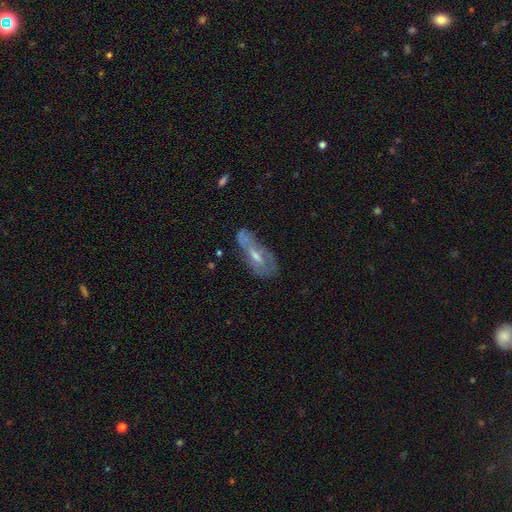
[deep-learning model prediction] Smooth or featured: featured or disk — 61% (smooth — 30%)
Edge-on disk: no — 81% (yes — 19%)
Merging: none — 51% (minor disturbance — 27%)